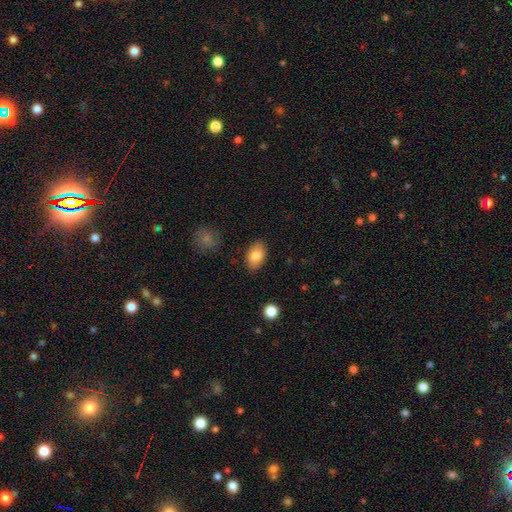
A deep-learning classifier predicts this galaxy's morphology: smooth-or-featured: smooth: 82% | featured or disk: 11% | star or artifact: 7%
  how-rounded: in between: 89% | round: 10% | cigar-shaped: 1%
  merging: none: 86% | minor disturbance: 10% | major disturbance: 2% | merger: 2%